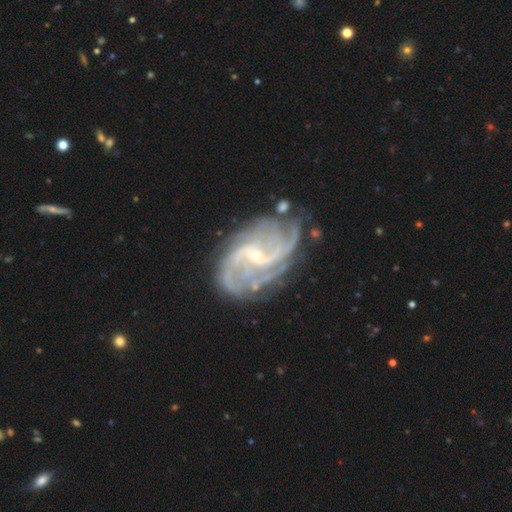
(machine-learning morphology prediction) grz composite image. It shows a featured or disk galaxy (91%) with a weak bar (49%), 2 (30%) medium (46%) spiral arms (97%) and a small central bulge (81%). Merging: none (65%).